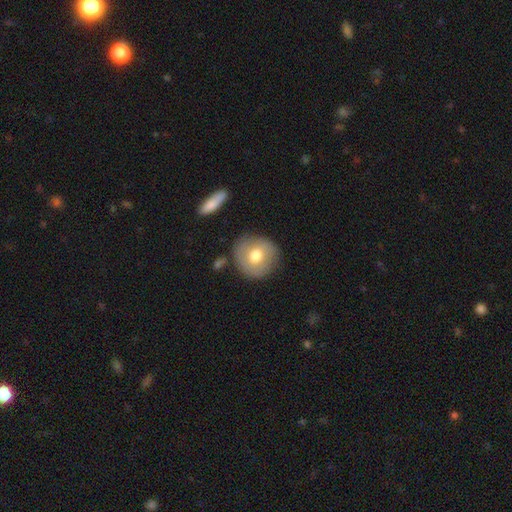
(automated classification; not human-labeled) Morphology: type=smooth (68%); roundness=round (90%); merging=none (82%).